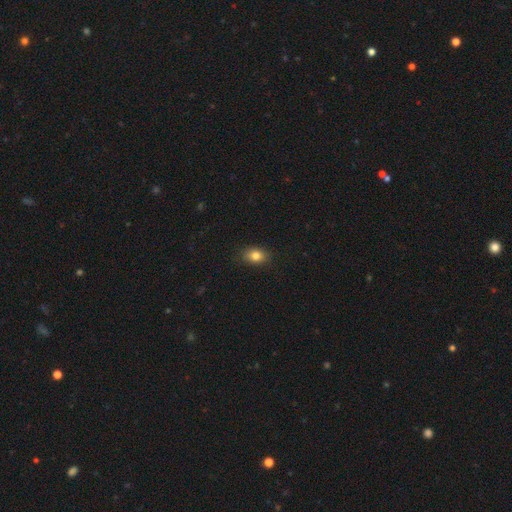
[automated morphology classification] Smooth or featured? smooth (83%)
How rounded? in between (73%)
Merging? none (87%)